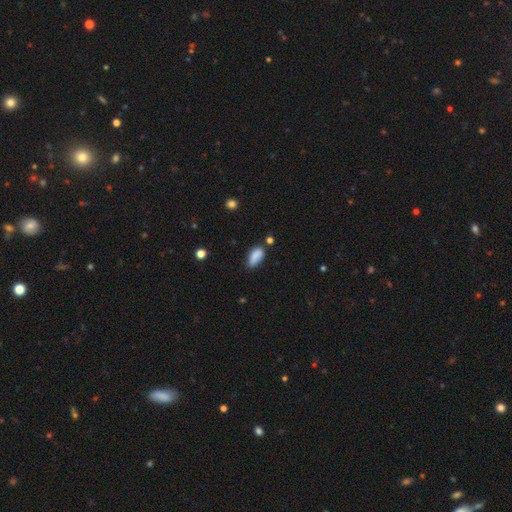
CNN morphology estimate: type=smooth (84%); roundness=in between (87%); merging=none (62%).